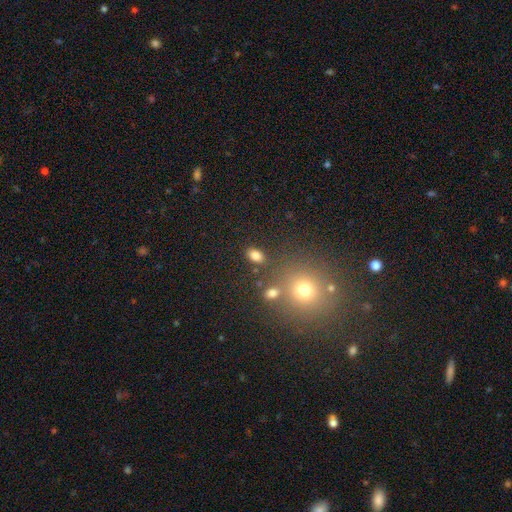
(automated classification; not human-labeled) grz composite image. It shows a smooth galaxy with no disk features (82%) that is in between round and cigar-shaped (81%). Merging: none (80%).